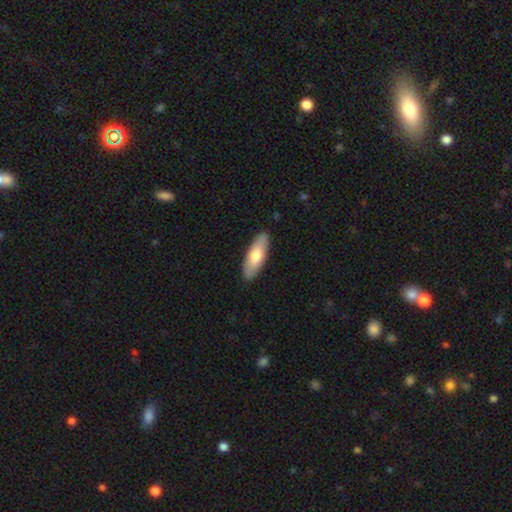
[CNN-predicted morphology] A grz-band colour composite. It shows a smooth galaxy with no disk features (72%) that is in between round and cigar-shaped (66%). Merging: none (89%).